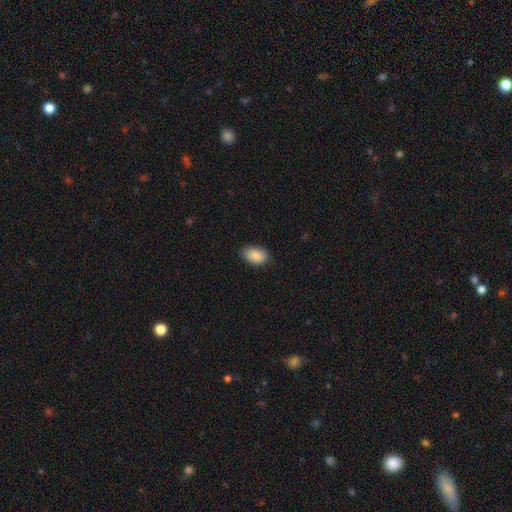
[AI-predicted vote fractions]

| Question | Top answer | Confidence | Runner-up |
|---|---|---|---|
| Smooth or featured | smooth | 89% | star or artifact (7%) |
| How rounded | in between | 90% | round (9%) |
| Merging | none | 80% | minor disturbance (16%) |